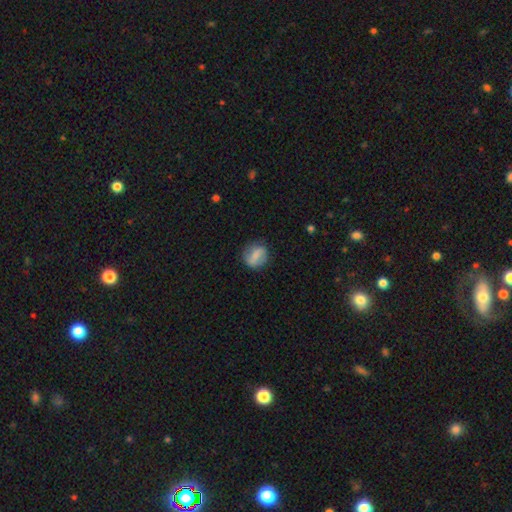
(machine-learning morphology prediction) smooth-or-featured: smooth: 57% | featured or disk: 35% | star or artifact: 8%
  how-rounded: round: 72% | in between: 26% | cigar-shaped: 2%
  merging: none: 73% | minor disturbance: 18% | major disturbance: 7% | merger: 2%